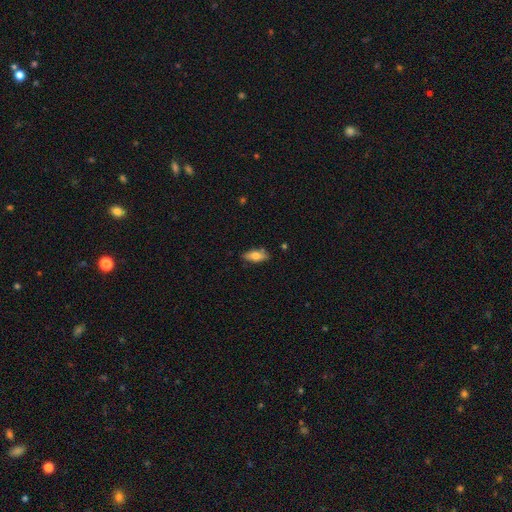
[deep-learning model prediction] This is likely a smooth galaxy (72%). How rounded: clearly in between (80%). Merging: clearly none (80%).